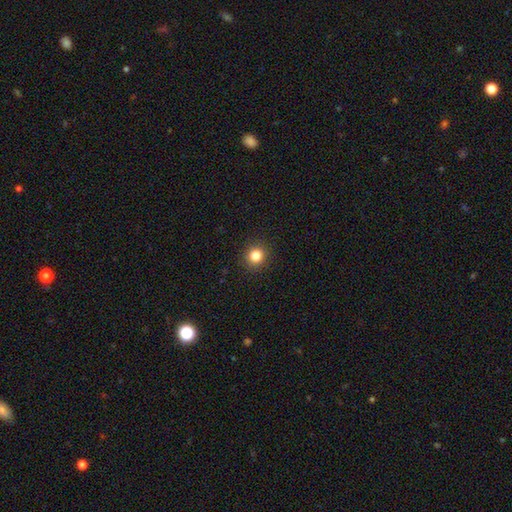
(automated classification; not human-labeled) A smooth galaxy with no disk features (83%) that is round (91%).

Vote fractions:
- Smooth or featured? smooth: 83% / star or artifact: 12% / featured or disk: 5%
- How rounded? round: 91% / in between: 8% / cigar-shaped: 1%
- Merging? none: 92% / minor disturbance: 5% / major disturbance: 2% / merger: 1%